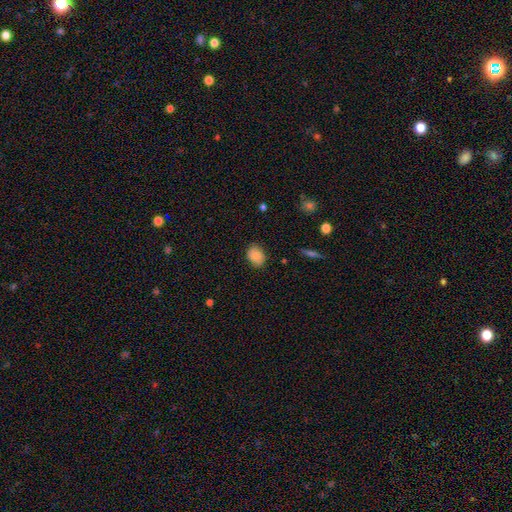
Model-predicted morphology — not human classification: This is clearly a smooth galaxy (84%). How rounded: likely in between (64%). Merging: clearly none (82%).